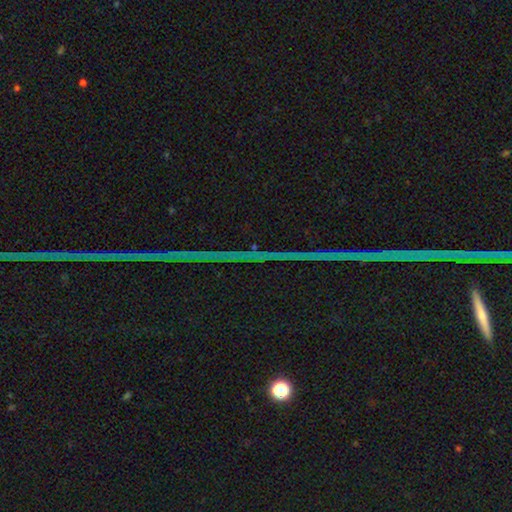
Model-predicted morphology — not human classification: Q: Smooth or featured?
A: star or artifact (87%); runner-up: featured or disk (8%)